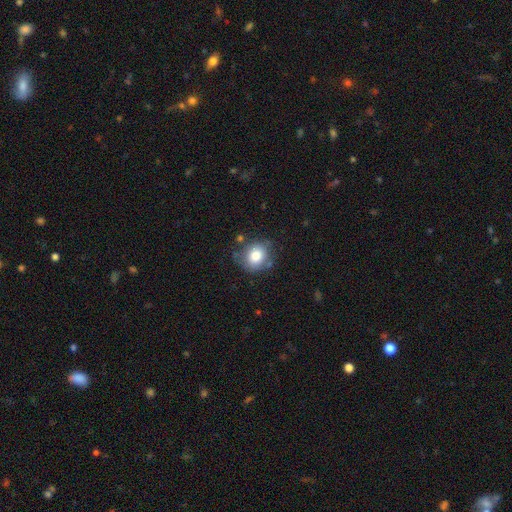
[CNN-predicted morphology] Q: Smooth or featured?
A: smooth (79%); runner-up: featured or disk (11%)
Q: How rounded?
A: round (76%); runner-up: in between (24%)
Q: Merging?
A: none (71%); runner-up: minor disturbance (18%)